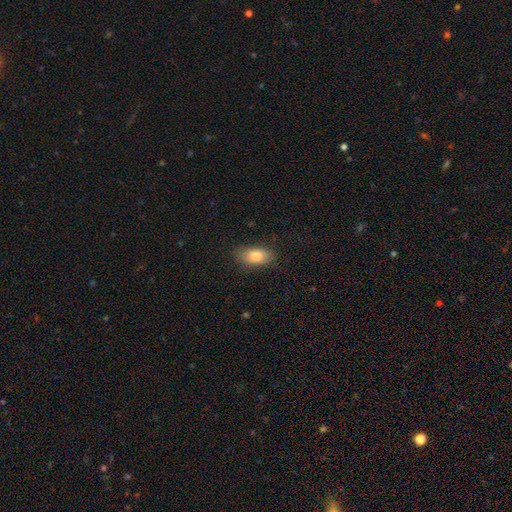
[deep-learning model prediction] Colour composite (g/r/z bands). It shows a smooth galaxy with no disk features (83%) that is in between round and cigar-shaped (89%). Merging: none (83%).